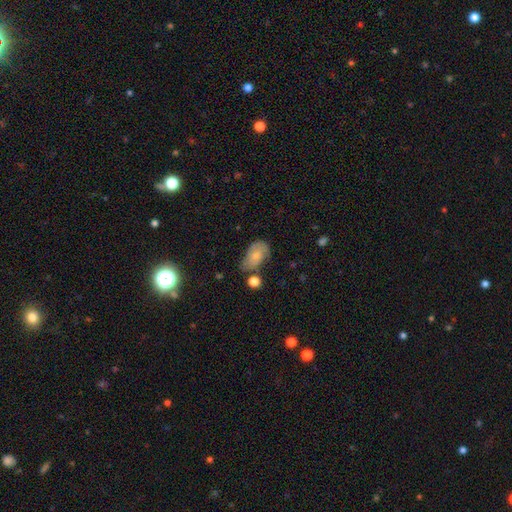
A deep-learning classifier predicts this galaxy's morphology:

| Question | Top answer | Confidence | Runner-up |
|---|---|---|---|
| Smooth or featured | smooth | 52% | featured or disk (40%) |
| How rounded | in between | 87% | round (11%) |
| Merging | none | 45% | minor disturbance (33%) |